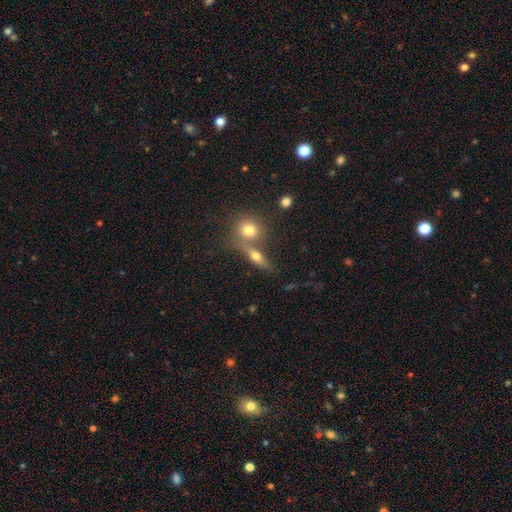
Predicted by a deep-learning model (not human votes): The model was most divided on "smooth or featured": smooth: 47%, featured or disk: 41%, star or artifact: 11%. More confident: merging — none (59%).